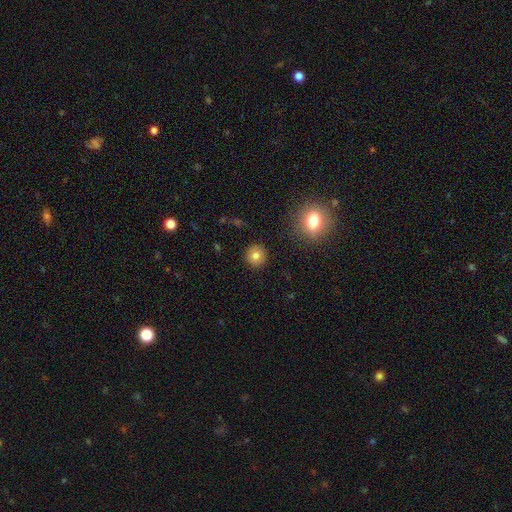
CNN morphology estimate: Overall: smooth (81%). How rounded: round (92%). Merging: none (91%).